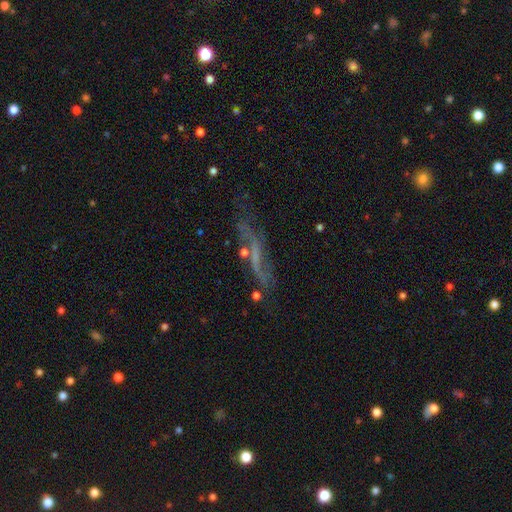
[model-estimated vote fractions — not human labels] This is likely a featured or disk galaxy (63%). It is likely not viewed edge-on (62%). Merging: possibly none (55%).